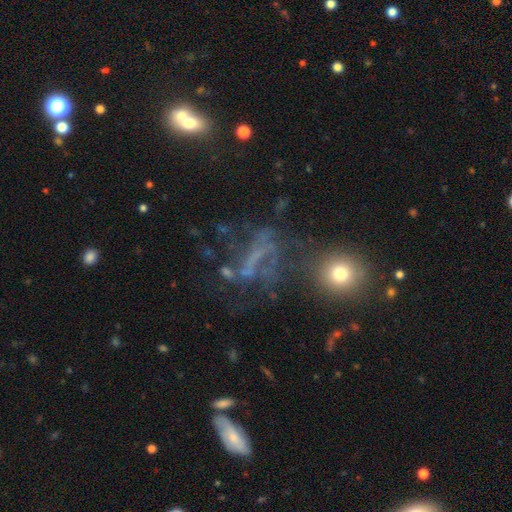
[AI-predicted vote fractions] Smooth or featured: featured or disk — 48% (star or artifact — 29%)
Merging: none — 44% (major disturbance — 29%)